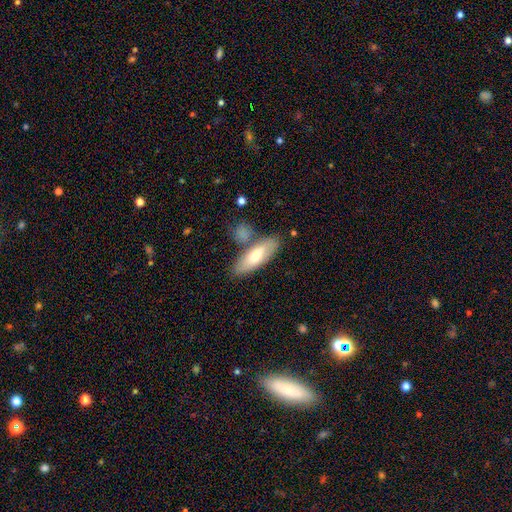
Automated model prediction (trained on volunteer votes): smooth 69%, featured or disk 26%, star or artifact 5%. Down the decision tree: how rounded — in between (62%); merging — none (71%).